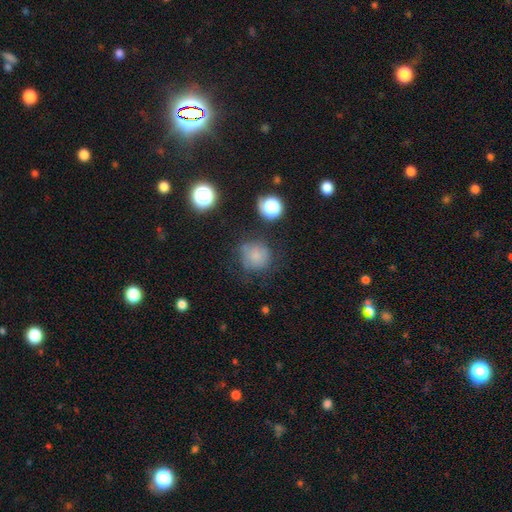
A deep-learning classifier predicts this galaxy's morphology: Smooth or featured: smooth — 71% (star or artifact — 16%)
How rounded: round — 89% (in between — 10%)
Merging: none — 65% (minor disturbance — 21%)